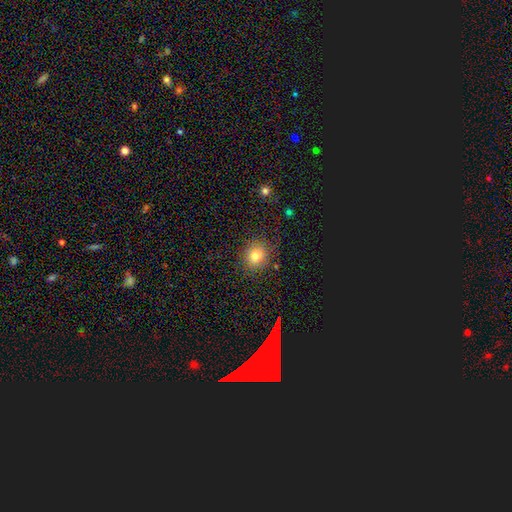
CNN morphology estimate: Overall: smooth (80%). How rounded: round (76%). Merging: none (84%).